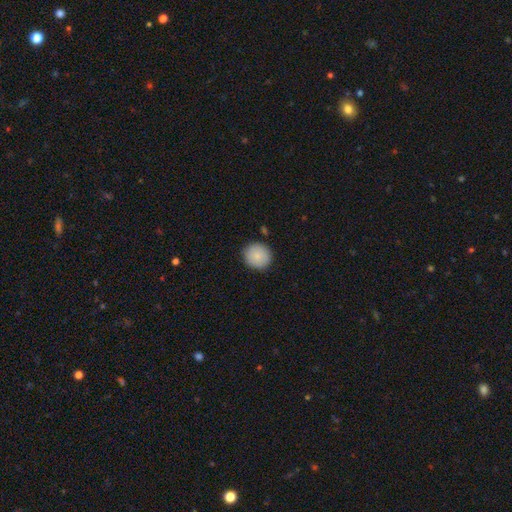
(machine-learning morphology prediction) A smooth galaxy with no disk features (86%) that is round (92%).

Vote fractions:
- Smooth or featured? smooth: 86% / star or artifact: 7% / featured or disk: 7%
- How rounded? round: 92% / in between: 7% / cigar-shaped: 1%
- Merging? none: 90% / minor disturbance: 7% / major disturbance: 2% / merger: 1%